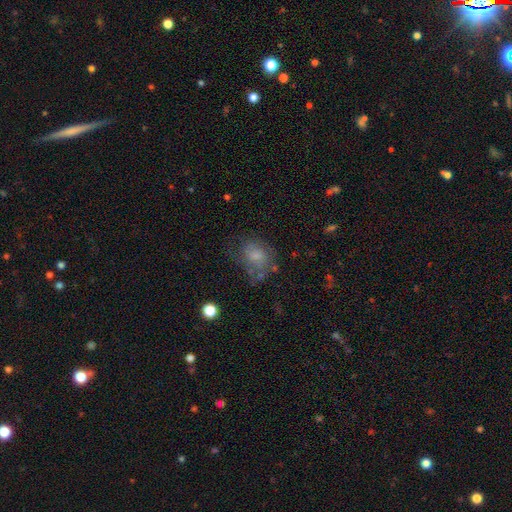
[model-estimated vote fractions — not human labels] A smooth galaxy with no disk features (60%) that is round (49%, tied with in between). Merging: none (45%).